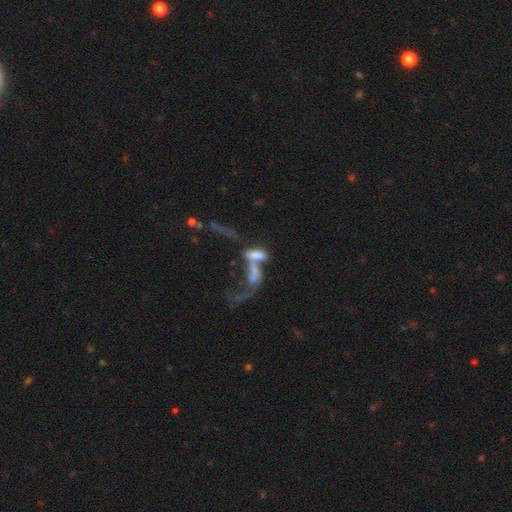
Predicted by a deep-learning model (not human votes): The model was most divided on "smooth or featured": smooth: 49%, featured or disk: 39%, star or artifact: 12%. More confident: merging — merger (71%).